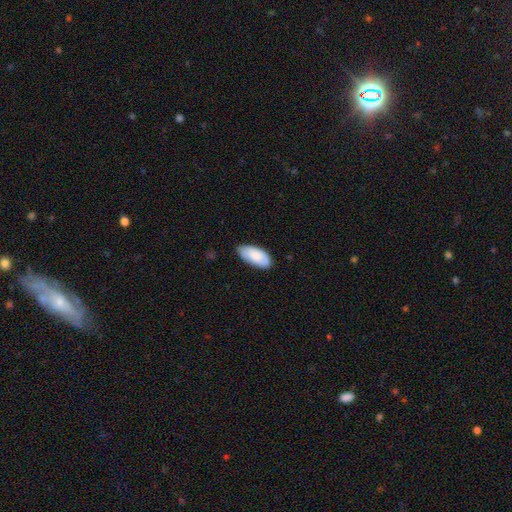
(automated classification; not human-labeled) Smooth or featured?
  - smooth: 84% *
  - featured or disk: 10%
  - star or artifact: 6%
How rounded?
  - in between: 92% *
  - cigar-shaped: 6%
  - round: 2%
Merging?
  - none: 77% *
  - minor disturbance: 19%
  - major disturbance: 3%
  - merger: 1%